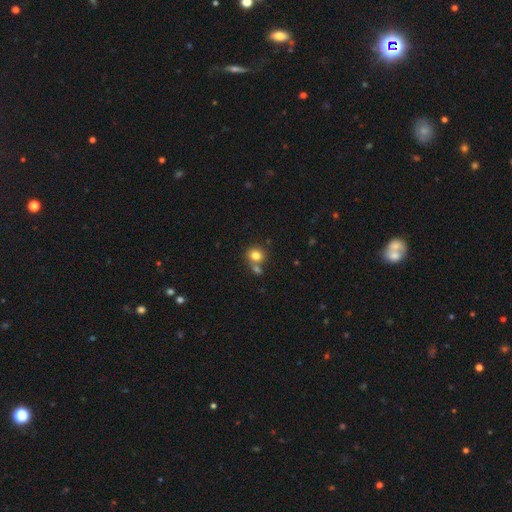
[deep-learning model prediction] smooth-or-featured: smooth: 81% | star or artifact: 11% | featured or disk: 8%
  how-rounded: round: 75% | in between: 24% | cigar-shaped: 1%
  merging: none: 57% | merger: 29% | minor disturbance: 11% | major disturbance: 4%